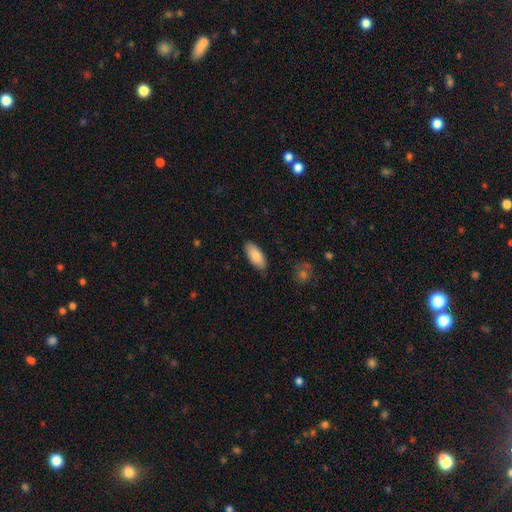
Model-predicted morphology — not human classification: The model was most divided on "how rounded": in between: 85%, cigar-shaped: 13%, round: 2%. More confident: smooth or featured — smooth (86%); merging — none (85%).